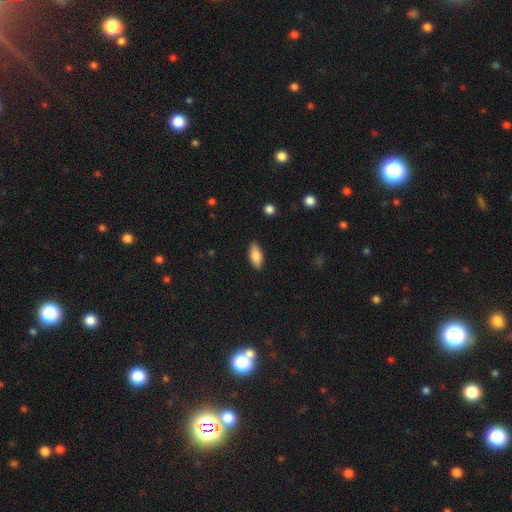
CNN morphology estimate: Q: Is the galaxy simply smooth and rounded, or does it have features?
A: smooth — 83%.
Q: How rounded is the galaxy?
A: in between — 82%.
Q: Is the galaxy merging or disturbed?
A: none — 88%.